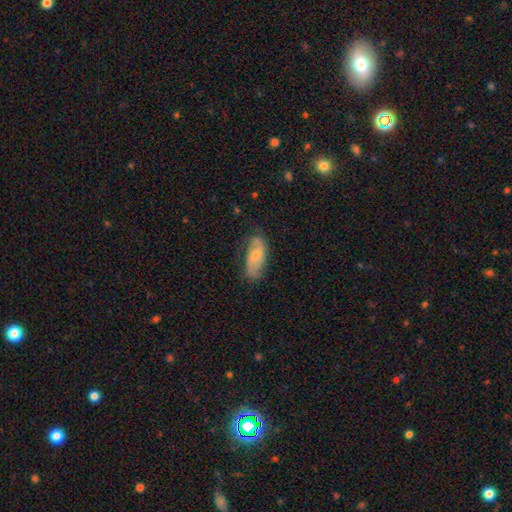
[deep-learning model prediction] This is possibly a smooth galaxy (48%). Merging: likely none (66%).